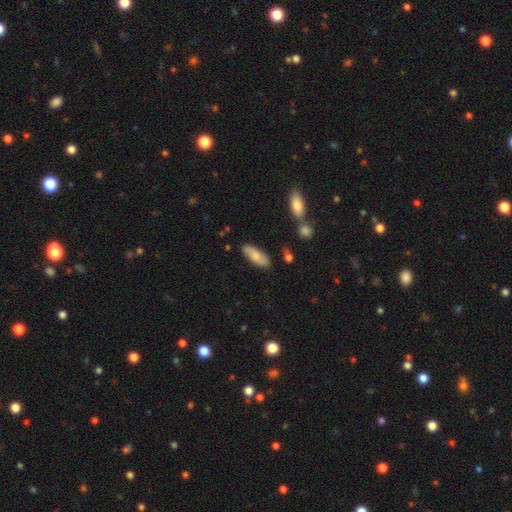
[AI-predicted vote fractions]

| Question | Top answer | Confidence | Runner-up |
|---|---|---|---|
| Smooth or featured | smooth | 70% | featured or disk (24%) |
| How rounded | in between | 72% | cigar-shaped (26%) |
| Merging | none | 81% | minor disturbance (13%) |